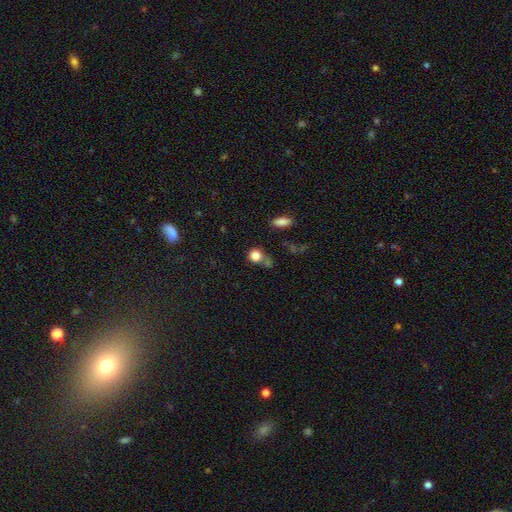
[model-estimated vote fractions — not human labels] Q: Smooth or featured?
A: smooth (82%); runner-up: star or artifact (11%)
Q: How rounded?
A: round (79%); runner-up: in between (20%)
Q: Merging?
A: none (50%); runner-up: merger (24%)